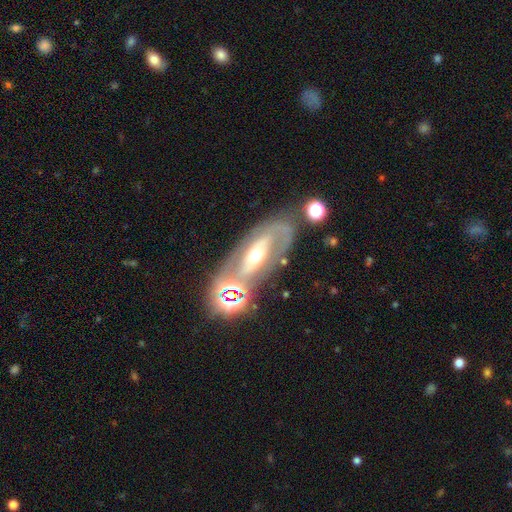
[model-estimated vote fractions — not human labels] This is likely a featured or disk galaxy (69%). It is clearly not viewed edge-on (86%). Bar: possibly no (50%). Spiral arm pattern: possibly no (51%). Central bulge: likely moderate (68%). Merging: likely none (61%).